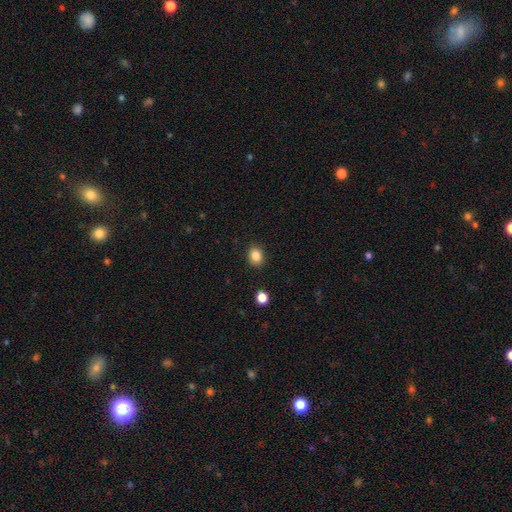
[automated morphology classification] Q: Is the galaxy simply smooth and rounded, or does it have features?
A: smooth — 85%.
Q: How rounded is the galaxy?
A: in between — 50%.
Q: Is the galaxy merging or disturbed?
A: none — 88%.